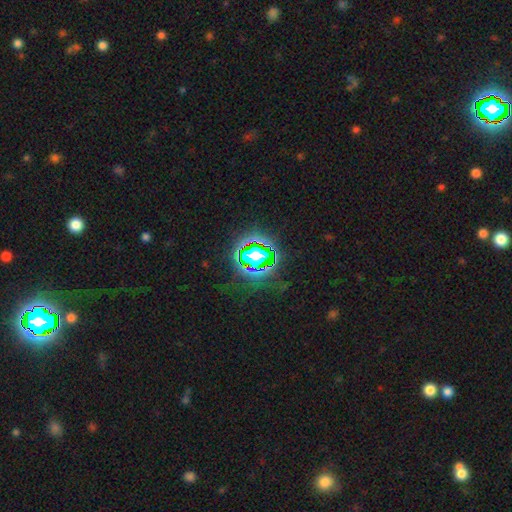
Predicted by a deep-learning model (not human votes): Smooth or featured? Predicted: star or artifact (p=0.72).